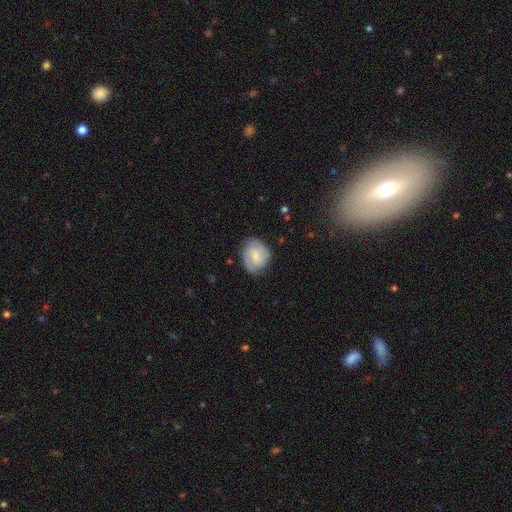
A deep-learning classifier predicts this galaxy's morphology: A featured or disk galaxy (50%). Merging: none (74%).